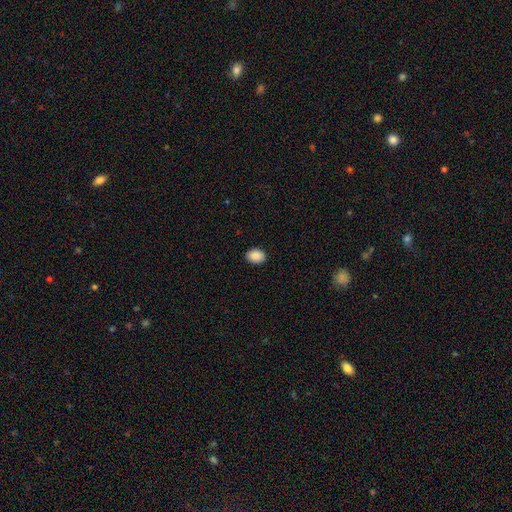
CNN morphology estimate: Q: Smooth or featured?
A: smooth (90%); runner-up: star or artifact (7%)
Q: How rounded?
A: in between (71%); runner-up: round (28%)
Q: Merging?
A: none (90%); runner-up: minor disturbance (7%)